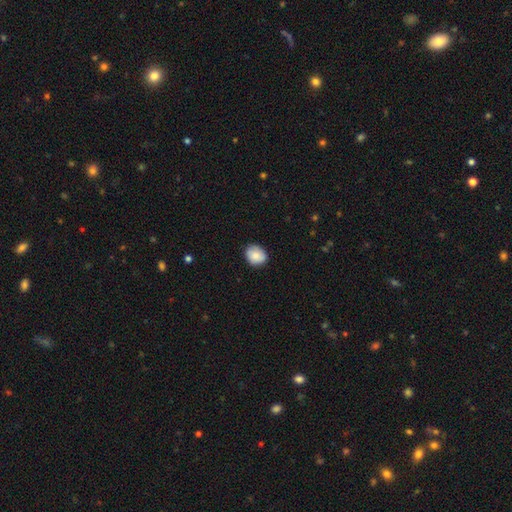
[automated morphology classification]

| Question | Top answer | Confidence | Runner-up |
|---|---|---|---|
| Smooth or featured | smooth | 82% | featured or disk (10%) |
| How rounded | round | 55% | in between (44%) |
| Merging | none | 80% | minor disturbance (17%) |